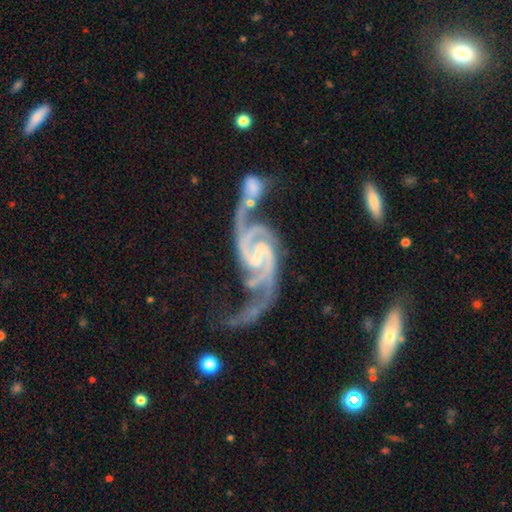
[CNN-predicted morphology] A featured or disk galaxy (94%) with a weak bar (44%), 2 (89%) medium (52%) spiral arms (98%) and a small central bulge (49%). Merging: merger (31%, tied with none).